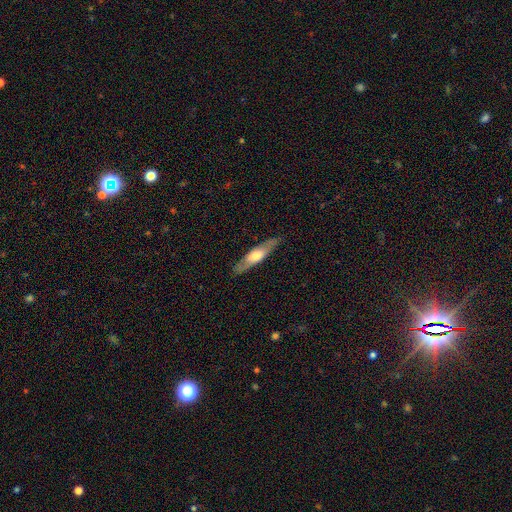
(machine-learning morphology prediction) Smooth or featured?
  - featured or disk: 51% *
  - smooth: 44%
  - star or artifact: 5%
Edge-on disk?
  - yes: 79% *
  - no: 21%
Merging?
  - none: 87% *
  - minor disturbance: 10%
  - major disturbance: 2%
  - merger: 1%